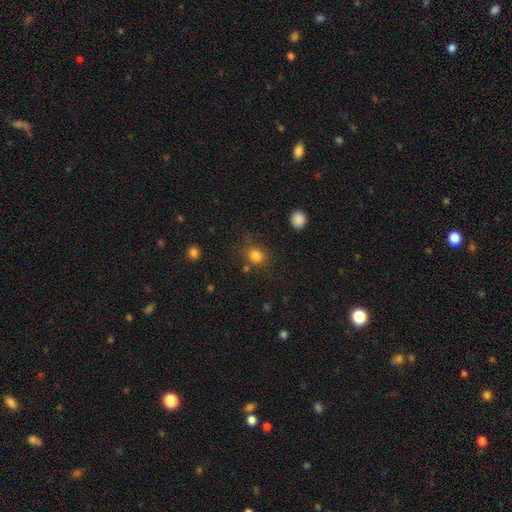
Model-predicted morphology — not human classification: A smooth galaxy with no disk features (82%) that is round (65%). Merging: none (73%).